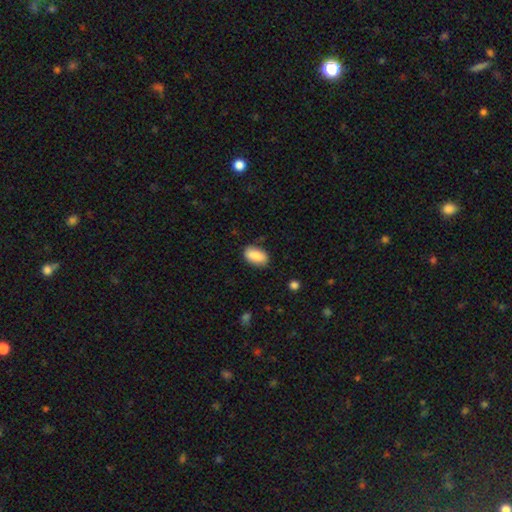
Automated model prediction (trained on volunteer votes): smooth-or-featured: smooth: 84% | featured or disk: 9% | star or artifact: 7%
  how-rounded: in between: 91% | round: 6% | cigar-shaped: 3%
  merging: none: 81% | minor disturbance: 14% | major disturbance: 3% | merger: 2%